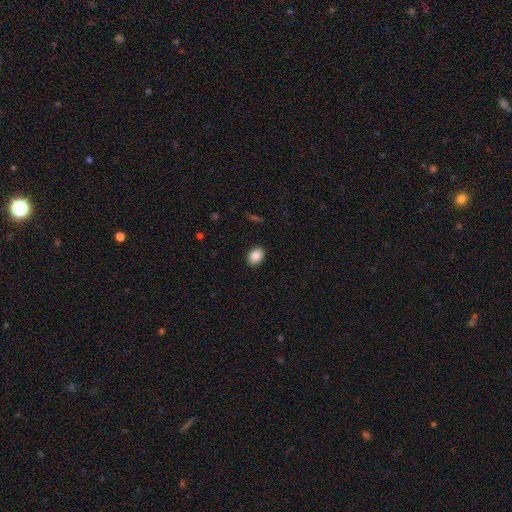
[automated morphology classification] Smooth or featured: smooth — 88% (star or artifact — 8%)
How rounded: in between — 74% (round — 25%)
Merging: none — 90% (minor disturbance — 7%)